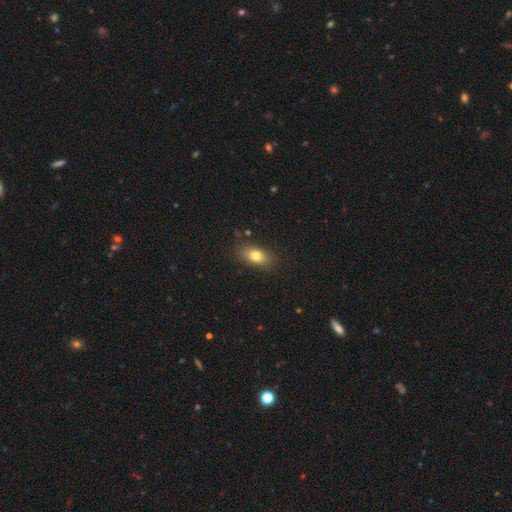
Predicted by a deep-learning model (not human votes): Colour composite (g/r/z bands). It shows a smooth galaxy with no disk features (79%) that is in between round and cigar-shaped (85%). Merging: none (84%).